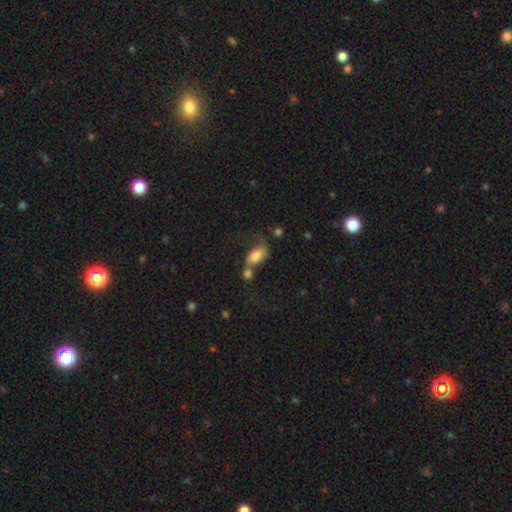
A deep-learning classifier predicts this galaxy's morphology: A smooth galaxy with no disk features (73%) that is in between round and cigar-shaped (89%).

Vote fractions:
- Smooth or featured? smooth: 73% / featured or disk: 17% / star or artifact: 9%
- How rounded? in between: 89% / round: 7% / cigar-shaped: 4%
- Merging? merger: 47% / none: 21% / major disturbance: 17% / minor disturbance: 14%